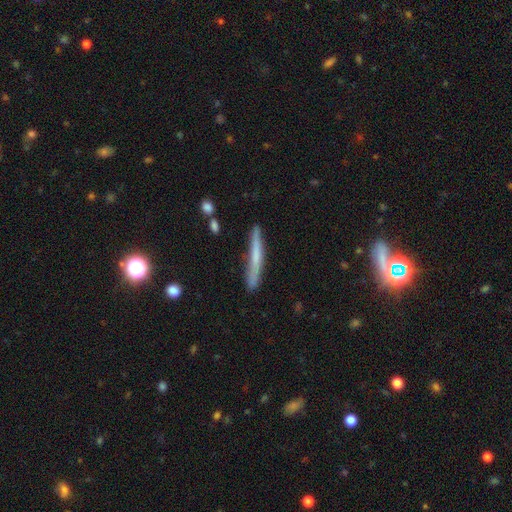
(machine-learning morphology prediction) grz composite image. It shows a smooth galaxy with no disk features (55%) that is cigar-shaped (95%). Merging: none (80%).